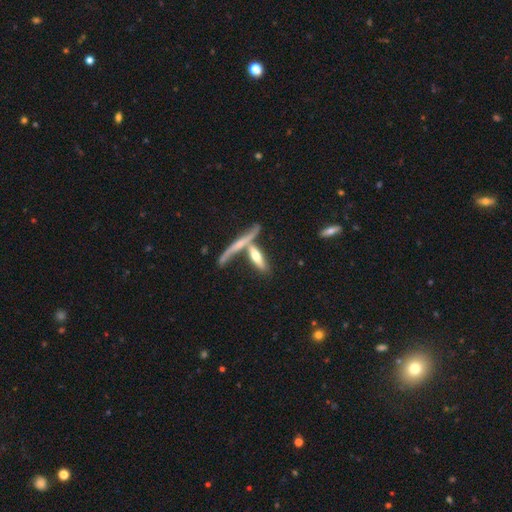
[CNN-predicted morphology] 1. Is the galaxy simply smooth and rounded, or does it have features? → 48% smooth, 44% featured or disk, 8% star or artifact.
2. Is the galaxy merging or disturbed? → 43% merger, 39% none, 11% minor disturbance, 7% major disturbance.